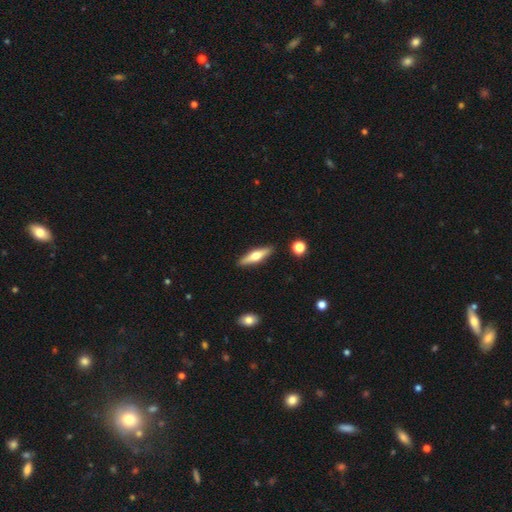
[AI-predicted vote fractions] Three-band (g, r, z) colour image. It shows a featured or disk galaxy (52%) viewed edge-on (94%). Merging: none (89%).